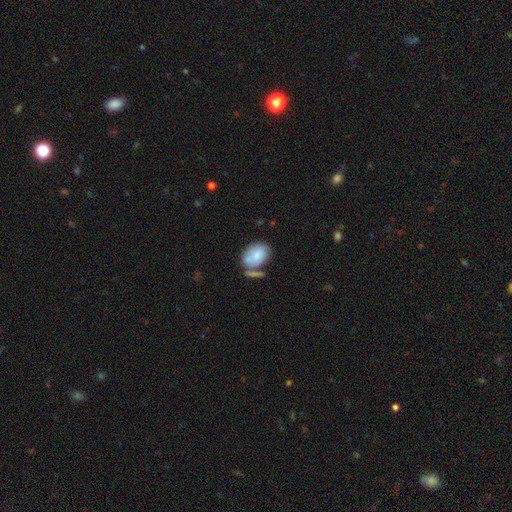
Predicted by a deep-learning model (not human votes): Smooth or featured: smooth — 76% (featured or disk — 16%)
How rounded: in between — 78% (round — 21%)
Merging: none — 46% (merger — 25%)